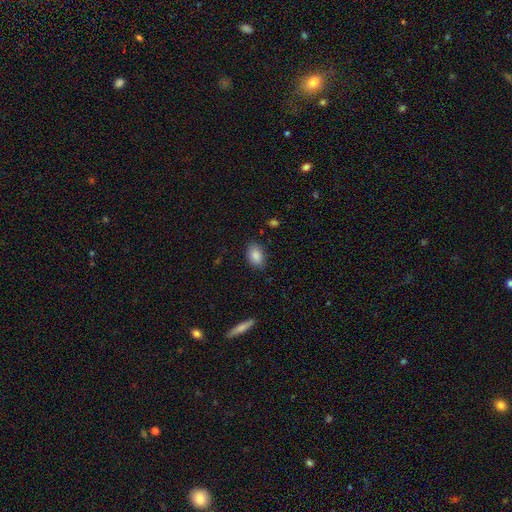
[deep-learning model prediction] A smooth galaxy with no disk features (87%) that is in between round and cigar-shaped (85%). Merging: none (81%).